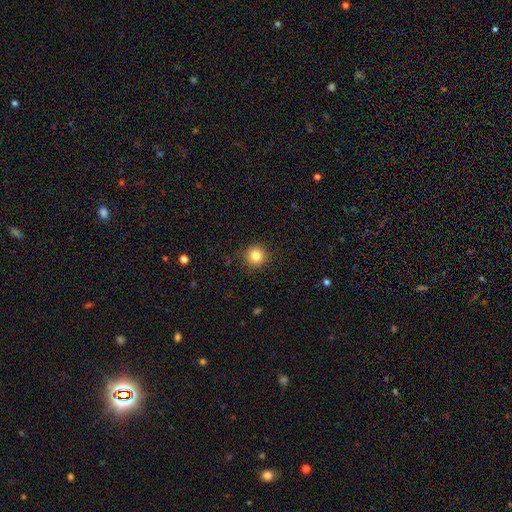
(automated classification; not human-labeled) Smooth or featured? smooth (83%)
How rounded? round (92%)
Merging? none (89%)